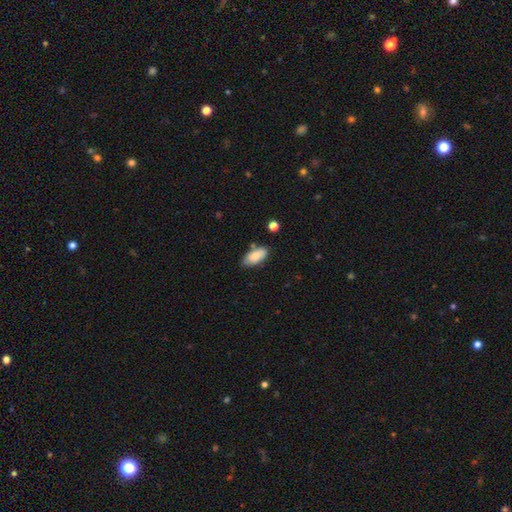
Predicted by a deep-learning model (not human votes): Q: Smooth or featured?
A: smooth (82%); runner-up: featured or disk (11%)
Q: How rounded?
A: in between (91%); runner-up: cigar-shaped (7%)
Q: Merging?
A: none (74%); runner-up: minor disturbance (18%)